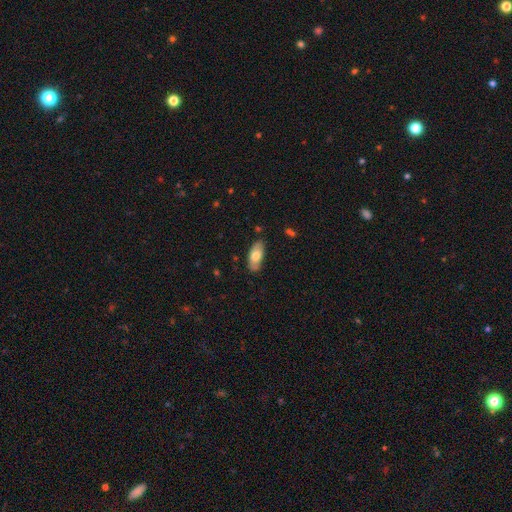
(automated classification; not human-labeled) Overall: smooth (71%). How rounded: in between (88%). Merging: none (81%).